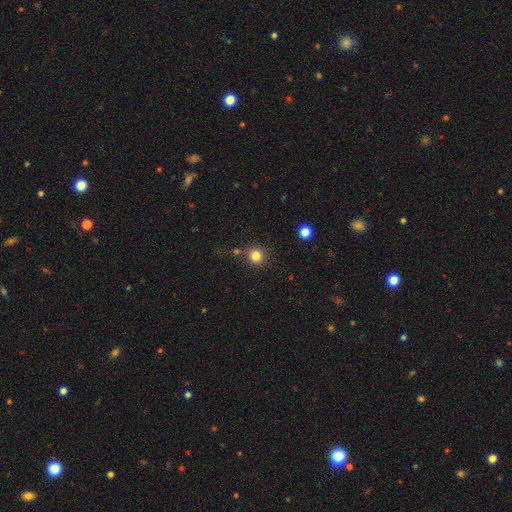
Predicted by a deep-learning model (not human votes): Smooth or featured?
  - smooth: 82% *
  - star or artifact: 12%
  - featured or disk: 6%
How rounded?
  - round: 91% *
  - in between: 8%
  - cigar-shaped: 1%
Merging?
  - none: 78% *
  - minor disturbance: 9%
  - merger: 9%
  - major disturbance: 4%